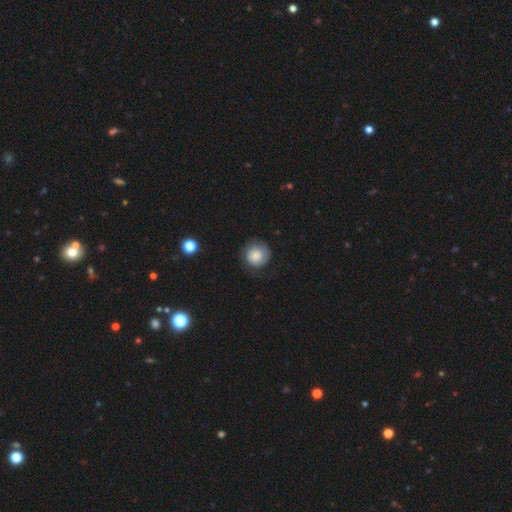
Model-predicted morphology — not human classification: smooth 76%, featured or disk 16%, star or artifact 8%. Down the decision tree: how rounded — round (91%); merging — none (74%).